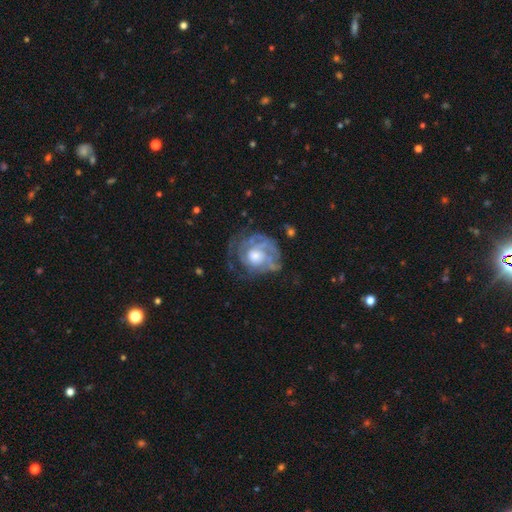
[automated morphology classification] Smooth or featured? featured or disk (77%)
Edge-on disk? no (97%)
Bar? no (80%)
Spiral arms? yes (82%)
Spiral winding? tight (65%)
Spiral arm count? can't tell (50%)
Bulge size? moderate (55%)
Merging? none (58%)